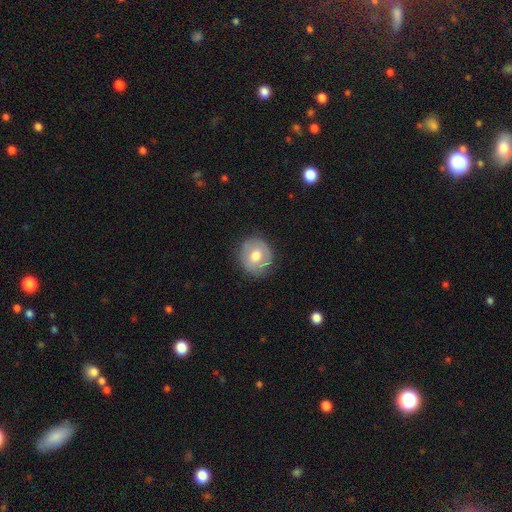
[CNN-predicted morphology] This is possibly a smooth galaxy (54%). How rounded: clearly round (82%). Merging: likely none (79%).